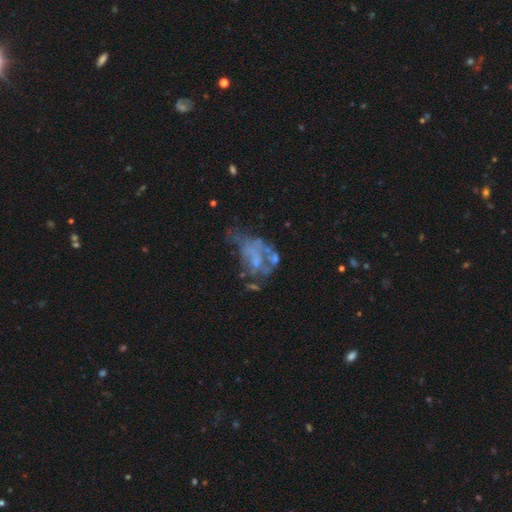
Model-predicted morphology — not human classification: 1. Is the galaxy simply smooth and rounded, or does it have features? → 59% featured or disk, 24% smooth, 17% star or artifact.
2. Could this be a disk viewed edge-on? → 97% no, 3% yes.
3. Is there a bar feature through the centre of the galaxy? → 87% no, 10% weak, 3% strong.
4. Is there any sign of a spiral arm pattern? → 87% no, 13% yes.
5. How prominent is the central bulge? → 69% none, 17% small, 11% moderate, 2% large, 1% dominant.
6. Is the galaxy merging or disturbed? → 38% major disturbance, 27% none, 18% minor disturbance, 17% merger.